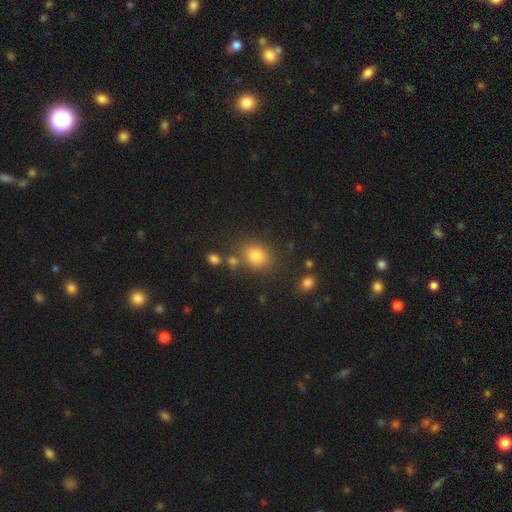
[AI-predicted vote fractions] Smooth or featured?
  - smooth: 79% *
  - star or artifact: 13%
  - featured or disk: 8%
How rounded?
  - round: 56% *
  - in between: 43%
  - cigar-shaped: 1%
Merging?
  - none: 75% *
  - minor disturbance: 12%
  - merger: 9%
  - major disturbance: 4%